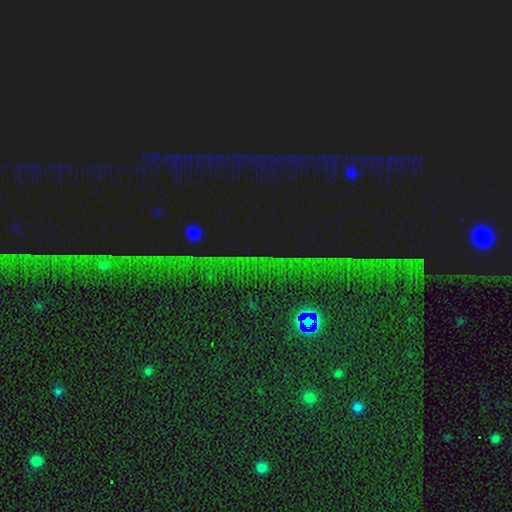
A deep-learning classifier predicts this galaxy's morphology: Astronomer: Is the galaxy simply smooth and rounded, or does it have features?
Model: star or artifact — 83%.